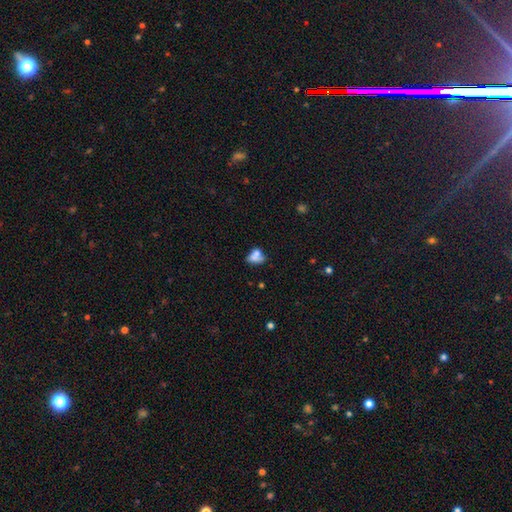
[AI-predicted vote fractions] Smooth or featured? Predicted: smooth (p=0.66). How rounded? Predicted: in between (p=0.67). Merging? Predicted: merger (p=0.47).